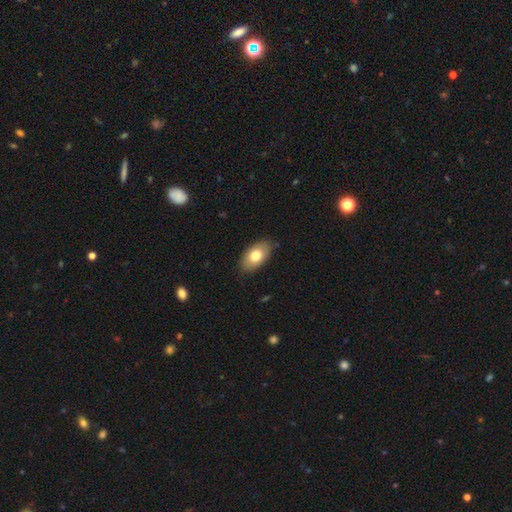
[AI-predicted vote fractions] smooth_or_featured: smooth (p=0.75) [alt: featured or disk p=0.19]
how_rounded: in between (p=0.93) [alt: round p=0.05]
merging: none (p=0.85) [alt: minor disturbance p=0.11]